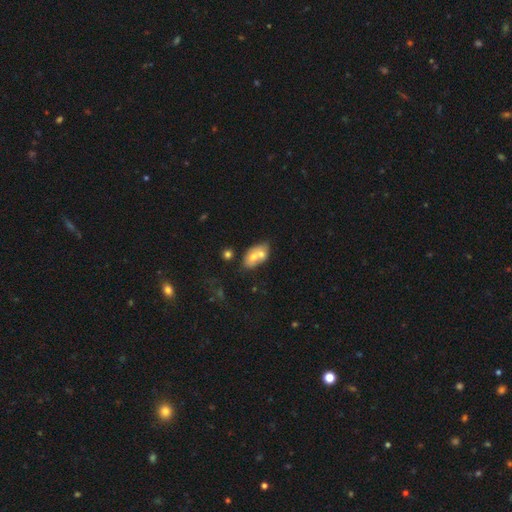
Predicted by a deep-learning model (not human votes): This appears to be a smooth galaxy with no disk features (59%) that is in between round and cigar-shaped (83%). Merging: merger (59%).